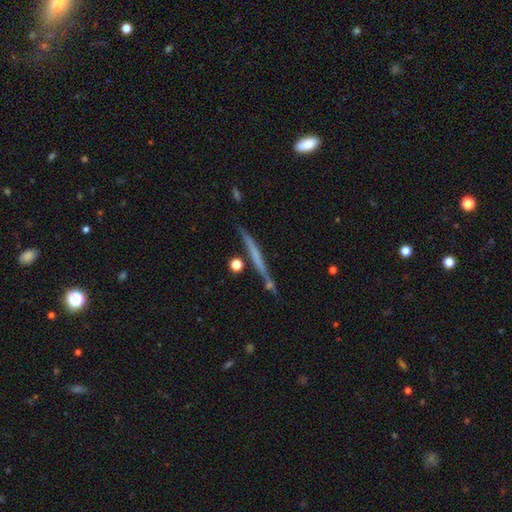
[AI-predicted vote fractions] Q: Smooth or featured?
A: featured or disk (55%); runner-up: smooth (37%)
Q: Edge-on disk?
A: yes (96%); runner-up: no (4%)
Q: Edge-on bulge?
A: none (85%); runner-up: rounded (9%)
Q: Merging?
A: none (78%); runner-up: minor disturbance (12%)